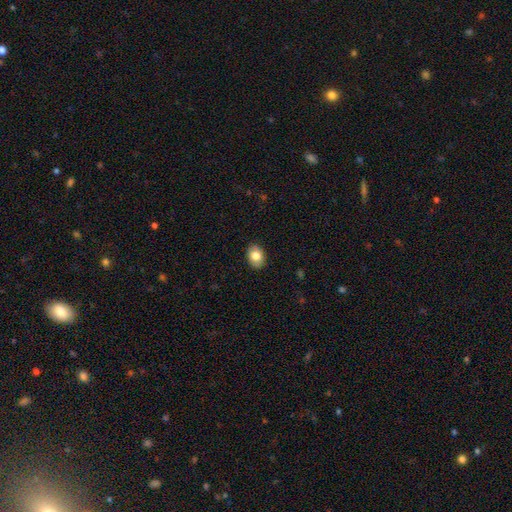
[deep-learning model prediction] The model was most divided on "how rounded": in between: 76%, round: 23%, cigar-shaped: 1%. More confident: merging — none (88%); smooth or featured — smooth (81%).